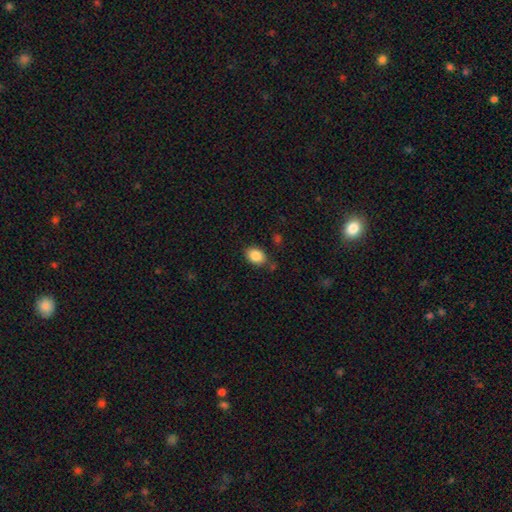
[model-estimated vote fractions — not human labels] Smooth or featured? Predicted: smooth (p=0.87). How rounded? Predicted: in between (p=0.76). Merging? Predicted: none (p=0.77).